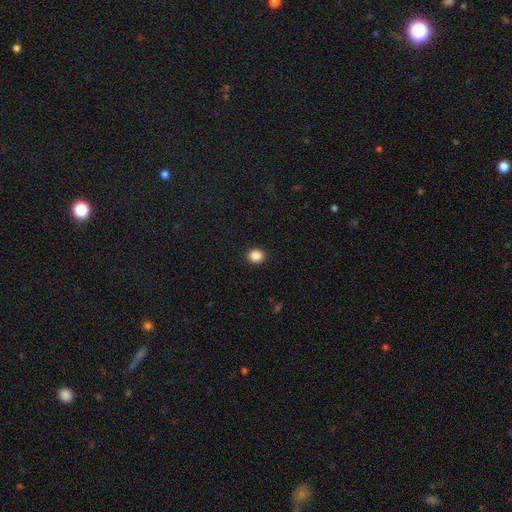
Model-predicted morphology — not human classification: Smooth or featured: smooth — 87% (star or artifact — 10%)
How rounded: round — 74% (in between — 25%)
Merging: none — 91% (minor disturbance — 6%)